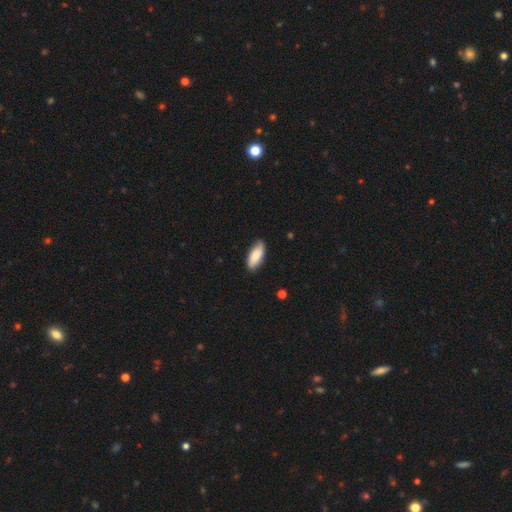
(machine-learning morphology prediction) The model was most divided on "merging": none: 81%, minor disturbance: 15%, major disturbance: 2%, merger: 1%. More confident: how rounded — in between (84%); smooth or featured — smooth (81%).